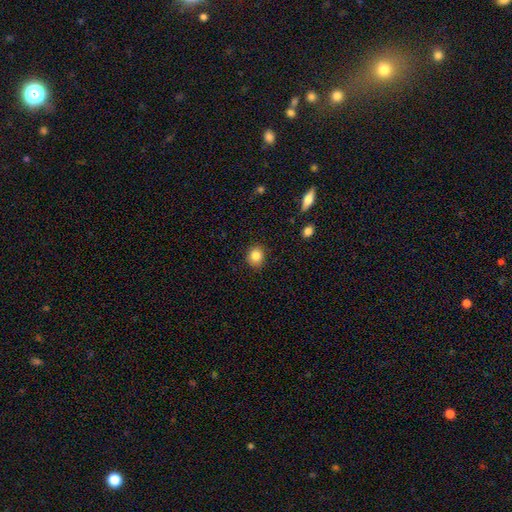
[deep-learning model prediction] smooth 84%, star or artifact 10%, featured or disk 7%. Down the decision tree: how rounded — round (82%); merging — none (88%).